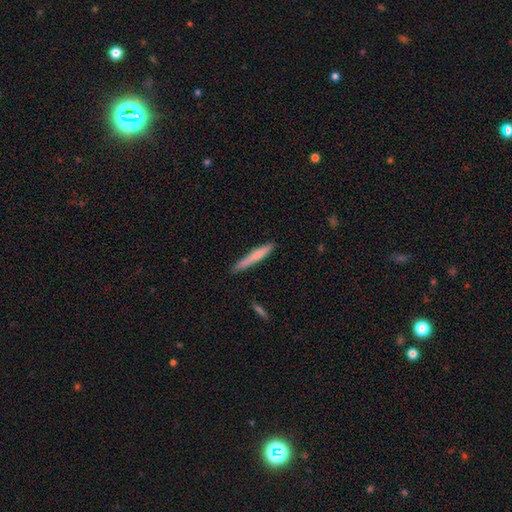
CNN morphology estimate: smooth-or-featured: smooth: 69% | featured or disk: 25% | star or artifact: 6%
  how-rounded: cigar-shaped: 95% | in between: 3% | round: 1%
  merging: none: 85% | minor disturbance: 12% | major disturbance: 2% | merger: 2%